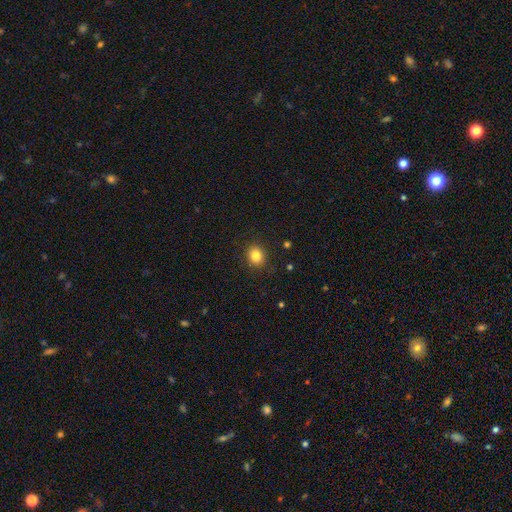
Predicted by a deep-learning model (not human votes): Smooth or featured? smooth (84%)
How rounded? round (72%)
Merging? none (90%)